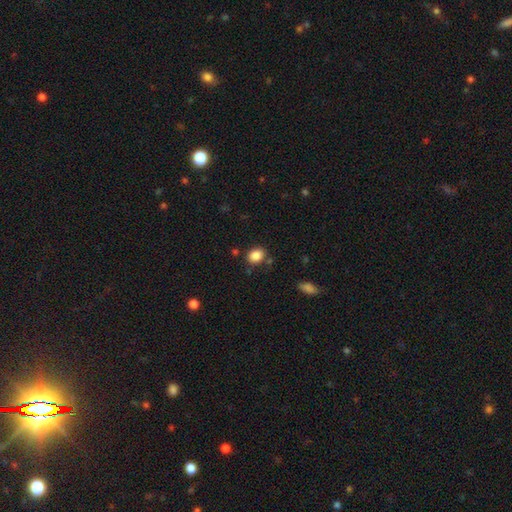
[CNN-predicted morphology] Smooth or featured?
  - smooth: 86% *
  - star or artifact: 9%
  - featured or disk: 5%
How rounded?
  - in between: 58% *
  - round: 41%
  - cigar-shaped: 1%
Merging?
  - none: 80% *
  - minor disturbance: 12%
  - merger: 5%
  - major disturbance: 3%